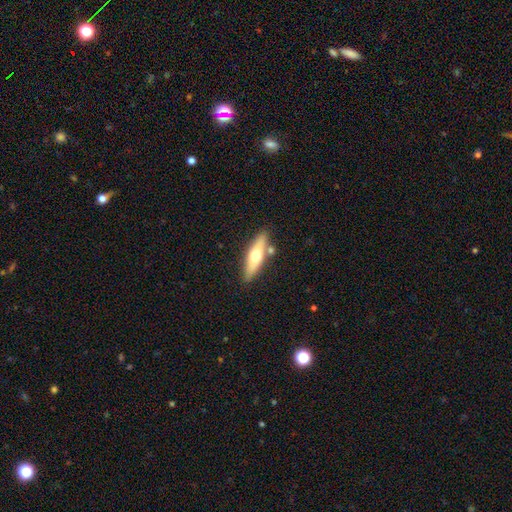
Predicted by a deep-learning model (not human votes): smooth-or-featured: smooth: 53% | featured or disk: 42% | star or artifact: 5%
  how-rounded: cigar-shaped: 63% | in between: 35% | round: 2%
  merging: none: 78% | minor disturbance: 11% | merger: 9% | major disturbance: 2%